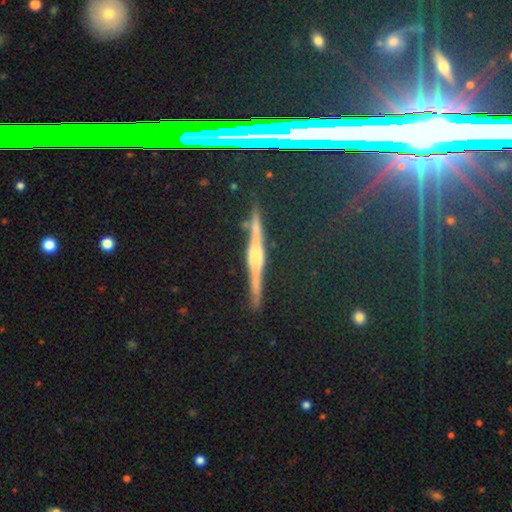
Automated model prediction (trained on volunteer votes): Smooth or featured?
  - featured or disk: 72% *
  - smooth: 14%
  - star or artifact: 14%
Edge-on disk?
  - yes: 96% *
  - no: 4%
Edge-on bulge?
  - rounded: 70% *
  - boxy: 19%
  - none: 11%
Merging?
  - none: 86% *
  - minor disturbance: 9%
  - major disturbance: 2%
  - merger: 2%